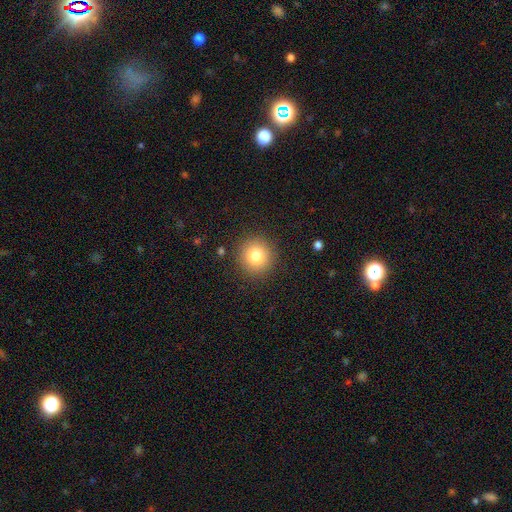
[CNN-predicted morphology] Q: Smooth or featured?
A: smooth (81%); runner-up: star or artifact (11%)
Q: How rounded?
A: round (93%); runner-up: in between (6%)
Q: Merging?
A: none (90%); runner-up: minor disturbance (7%)